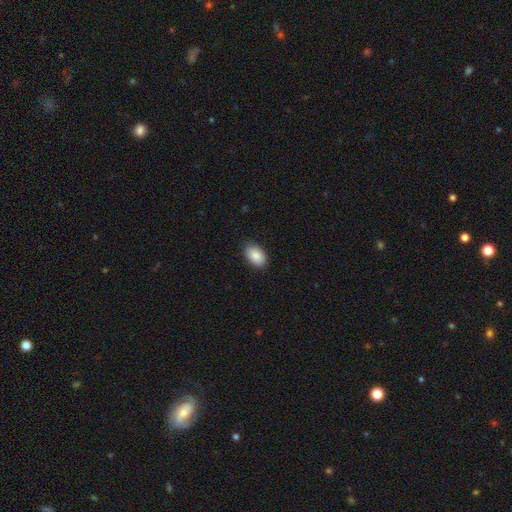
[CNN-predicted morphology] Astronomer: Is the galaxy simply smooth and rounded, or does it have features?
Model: smooth — 89%.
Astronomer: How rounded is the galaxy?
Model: in between — 90%.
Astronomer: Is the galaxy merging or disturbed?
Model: none — 86%.